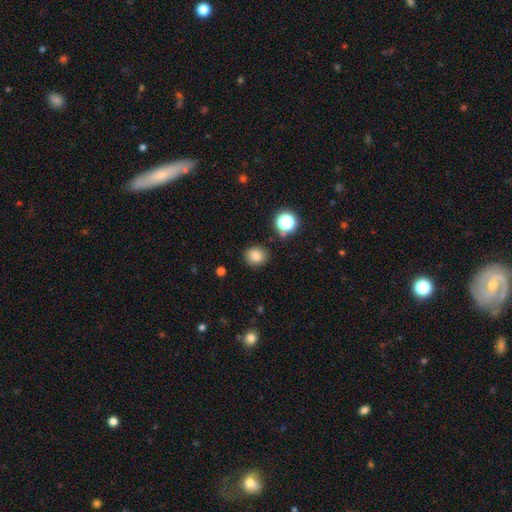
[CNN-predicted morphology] The model was most divided on "how rounded": round: 68%, in between: 31%, cigar-shaped: 1%. More confident: merging — none (83%); smooth or featured — smooth (82%).